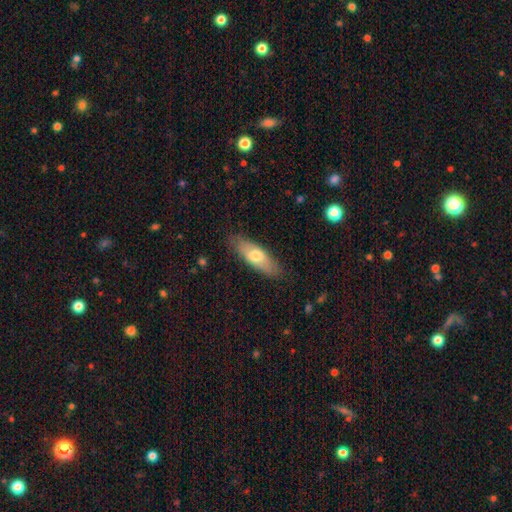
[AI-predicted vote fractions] The model was most divided on "how rounded": in between: 61%, cigar-shaped: 37%, round: 2%. More confident: merging — none (83%); smooth or featured — smooth (66%).